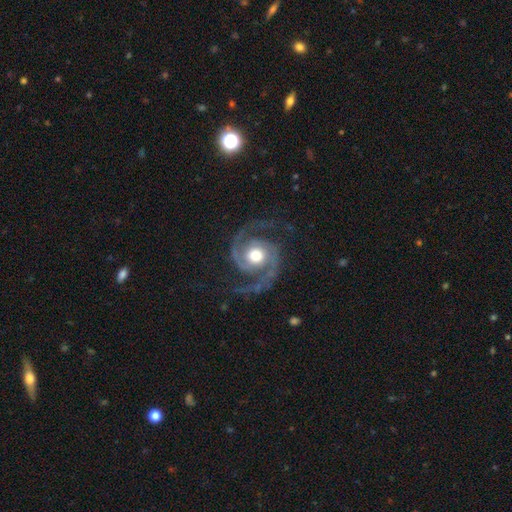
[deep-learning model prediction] Smooth or featured?
  - featured or disk: 92% *
  - star or artifact: 4%
  - smooth: 4%
Edge-on disk?
  - no: 98% *
  - yes: 2%
Bar?
  - no: 72% *
  - weak: 21%
  - strong: 7%
Spiral arms?
  - yes: 98% *
  - no: 2%
Spiral winding?
  - medium: 57% *
  - tight: 23%
  - loose: 20%
Spiral arm count?
  - 2: 93% *
  - 3: 2%
  - can't tell: 1%
  - 1: 1%
  - 4: 1%
  - more than 4: 1%
Bulge size?
  - moderate: 60% *
  - large: 32%
  - small: 4%
  - dominant: 3%
  - none: 1%
Merging?
  - none: 76% *
  - minor disturbance: 14%
  - major disturbance: 9%
  - merger: 1%